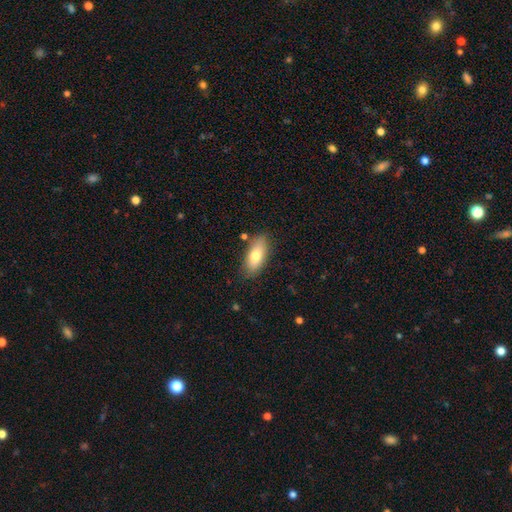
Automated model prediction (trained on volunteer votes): smooth_or_featured: smooth (p=0.75) [alt: featured or disk p=0.18]
how_rounded: in between (p=0.84) [alt: cigar-shaped p=0.13]
merging: none (p=0.82) [alt: minor disturbance p=0.13]